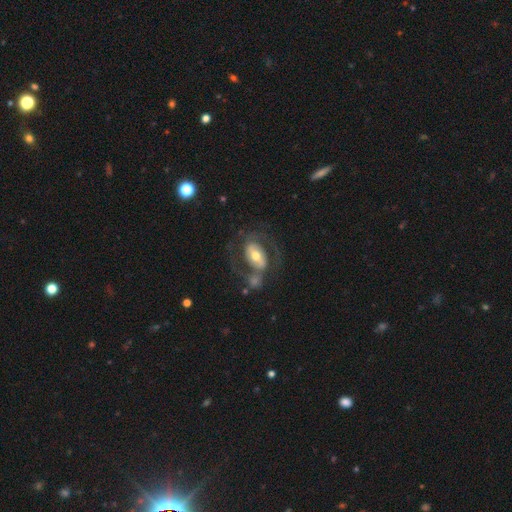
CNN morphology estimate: Smooth or featured?
  - featured or disk: 71% *
  - smooth: 23%
  - star or artifact: 6%
Edge-on disk?
  - no: 95% *
  - yes: 5%
Bar?
  - strong: 36% *
  - weak: 33%
  - no: 31%
Spiral arms?
  - yes: 70% *
  - no: 30%
Bulge size?
  - moderate: 65% *
  - small: 22%
  - large: 10%
  - dominant: 1%
  - none: 1%
Merging?
  - none: 48% *
  - major disturbance: 21%
  - minor disturbance: 16%
  - merger: 14%